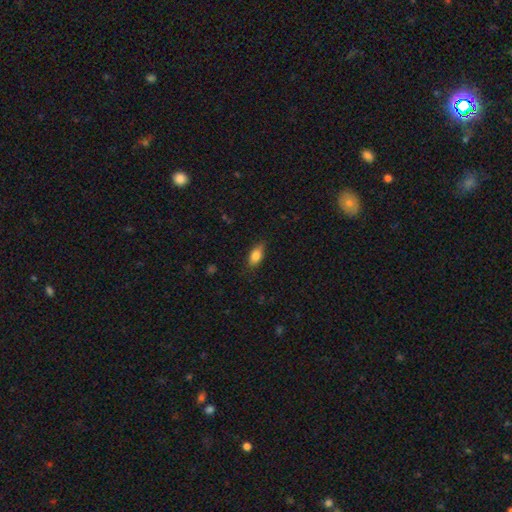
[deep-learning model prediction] Smooth or featured? Predicted: smooth (p=0.81). How rounded? Predicted: in between (p=0.84). Merging? Predicted: none (p=0.76).